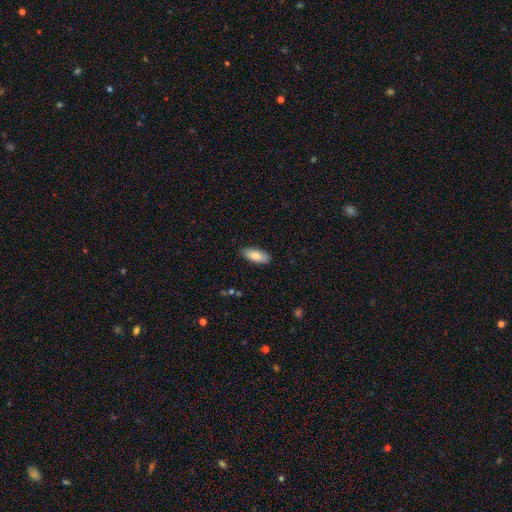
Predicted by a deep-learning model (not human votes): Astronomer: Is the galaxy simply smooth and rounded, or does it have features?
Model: smooth — 84%.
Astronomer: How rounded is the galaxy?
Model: in between — 81%.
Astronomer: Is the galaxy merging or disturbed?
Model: none — 86%.